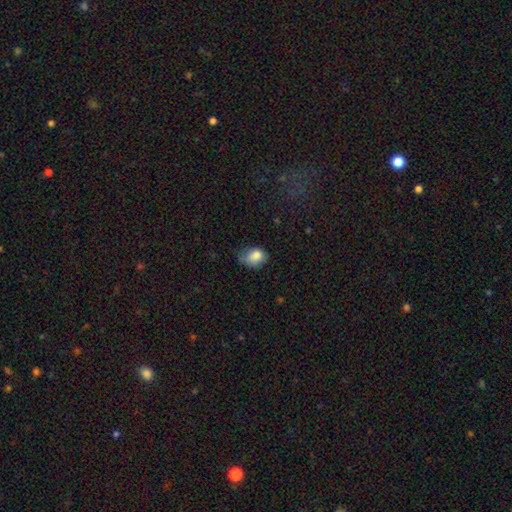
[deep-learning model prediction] Q: Smooth or featured?
A: smooth (83%); runner-up: star or artifact (9%)
Q: How rounded?
A: in between (64%); runner-up: round (35%)
Q: Merging?
A: none (44%); runner-up: minor disturbance (41%)